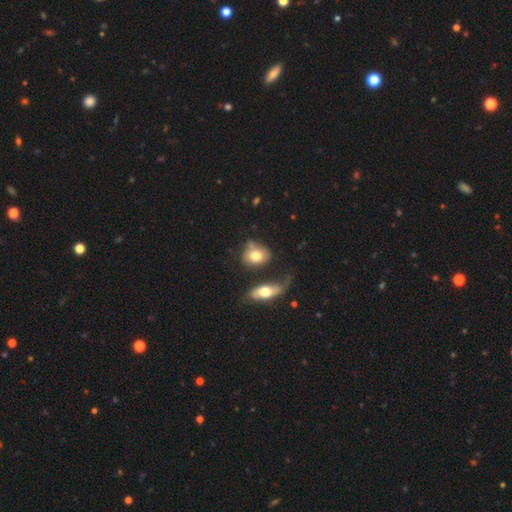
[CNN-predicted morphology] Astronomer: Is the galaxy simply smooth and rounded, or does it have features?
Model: smooth — 73%.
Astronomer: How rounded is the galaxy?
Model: in between — 55% (runner-up: round, 42%).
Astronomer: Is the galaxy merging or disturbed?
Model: none — 40% (runner-up: merger, 23%).